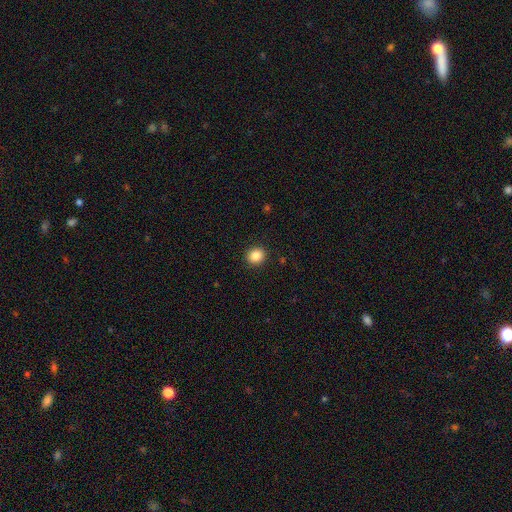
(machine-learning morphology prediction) A smooth galaxy with no disk features (86%) that is round (81%). Merging: none (92%).